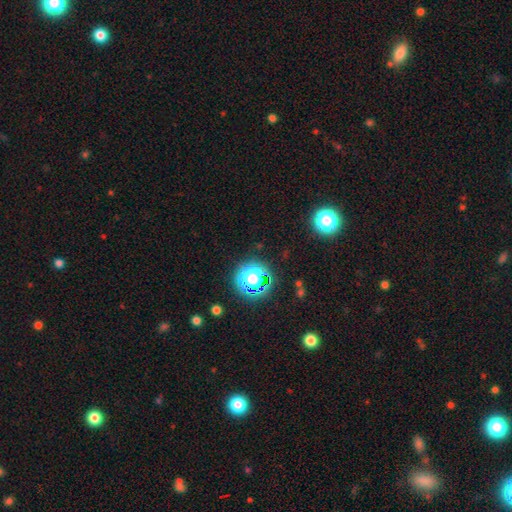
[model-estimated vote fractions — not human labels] The model was most divided on "smooth or featured": star or artifact: 74%, smooth: 18%, featured or disk: 7%.